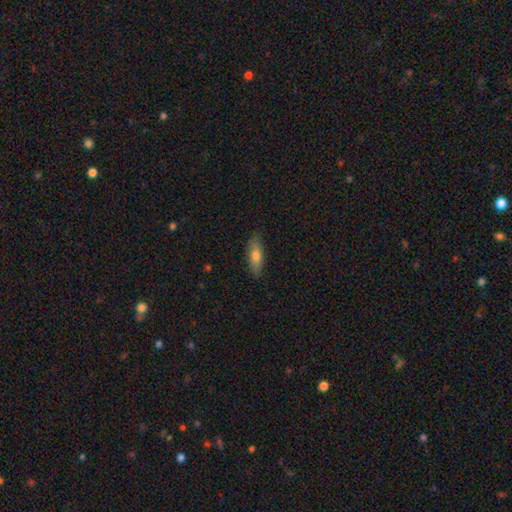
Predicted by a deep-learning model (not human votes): smooth_or_featured: smooth (p=0.71) [alt: featured or disk p=0.23]
how_rounded: in between (p=0.63) [alt: cigar-shaped p=0.35]
merging: none (p=0.85) [alt: minor disturbance p=0.12]